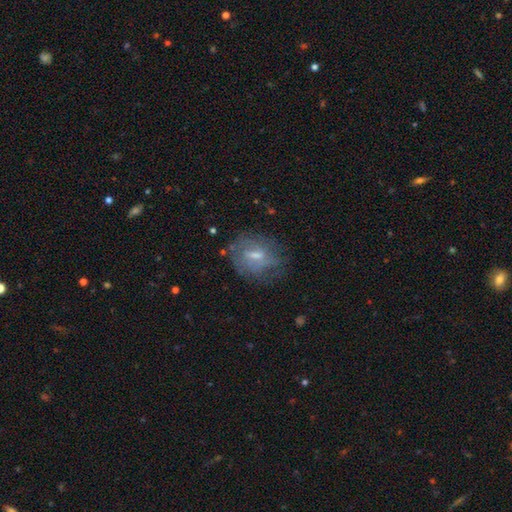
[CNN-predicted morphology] A featured or disk galaxy (52%). Merging: none (65%).